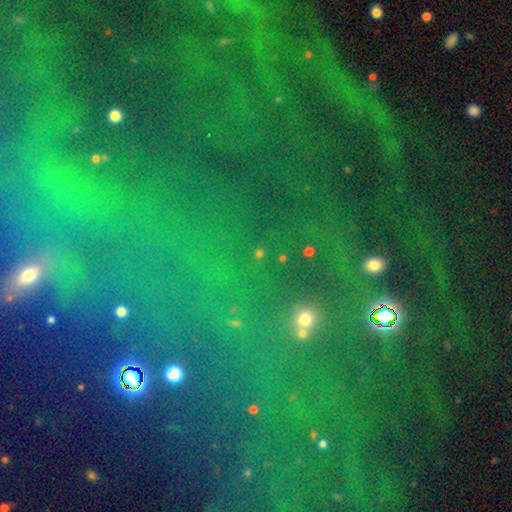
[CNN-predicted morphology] Smooth or featured?
  - star or artifact: 77% *
  - smooth: 12%
  - featured or disk: 11%